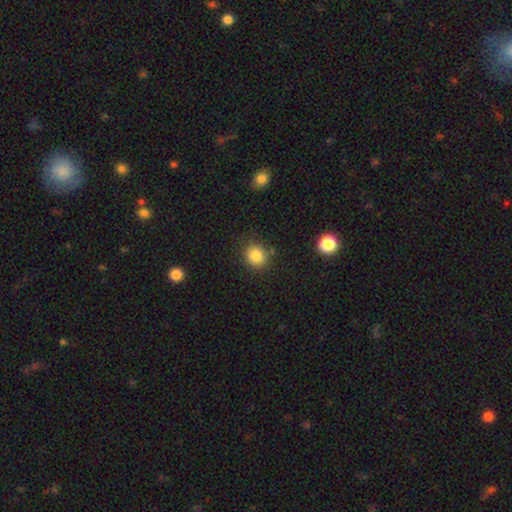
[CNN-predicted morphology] A smooth galaxy with no disk features (84%) that is round (80%).

Vote fractions:
- Smooth or featured? smooth: 84% / star or artifact: 11% / featured or disk: 5%
- How rounded? round: 80% / in between: 19% / cigar-shaped: 1%
- Merging? none: 82% / minor disturbance: 11% / merger: 4% / major disturbance: 3%